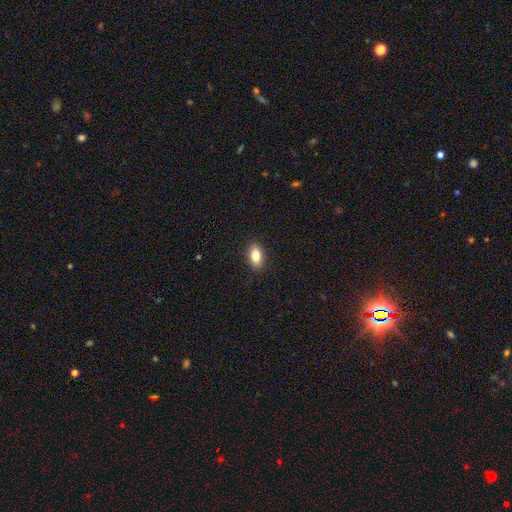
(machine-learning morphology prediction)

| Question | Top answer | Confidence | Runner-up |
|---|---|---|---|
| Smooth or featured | smooth | 81% | featured or disk (11%) |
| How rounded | in between | 88% | round (7%) |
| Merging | none | 89% | minor disturbance (8%) |